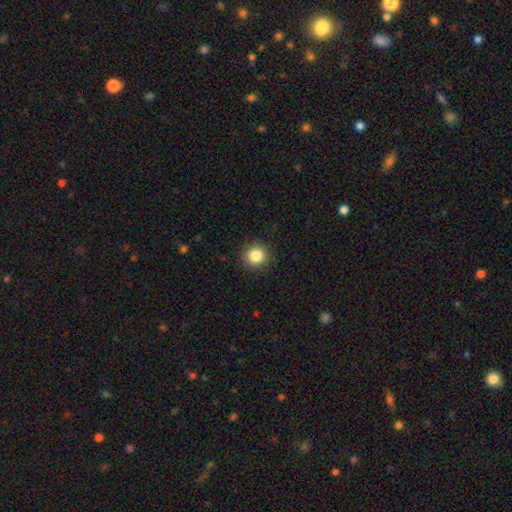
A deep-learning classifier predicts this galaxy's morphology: type=smooth (85%); roundness=round (93%); merging=none (91%).